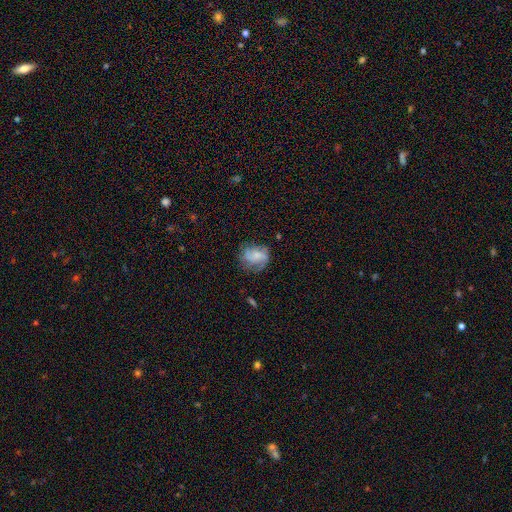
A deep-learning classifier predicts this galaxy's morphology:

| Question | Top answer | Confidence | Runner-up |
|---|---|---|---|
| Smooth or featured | featured or disk | 50% | smooth (41%) |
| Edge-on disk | no | 97% | yes (3%) |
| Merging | none | 57% | minor disturbance (25%) |